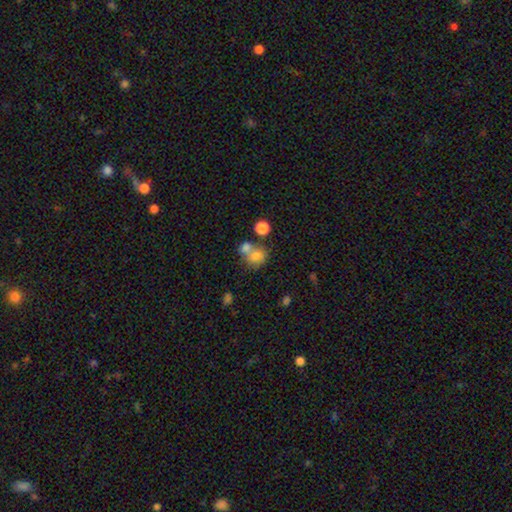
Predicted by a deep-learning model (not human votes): A smooth galaxy with no disk features (72%) that is round (67%).

Vote fractions:
- Smooth or featured? smooth: 72% / featured or disk: 16% / star or artifact: 12%
- How rounded? round: 67% / in between: 32% / cigar-shaped: 1%
- Merging? merger: 50% / none: 35% / minor disturbance: 10% / major disturbance: 5%